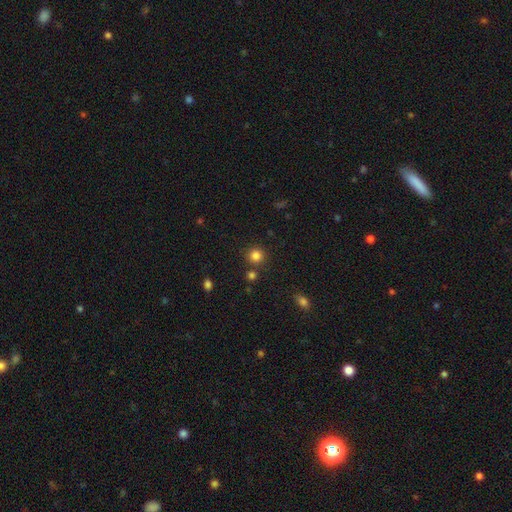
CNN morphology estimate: Smooth or featured? smooth (83%)
How rounded? round (92%)
Merging? none (83%)